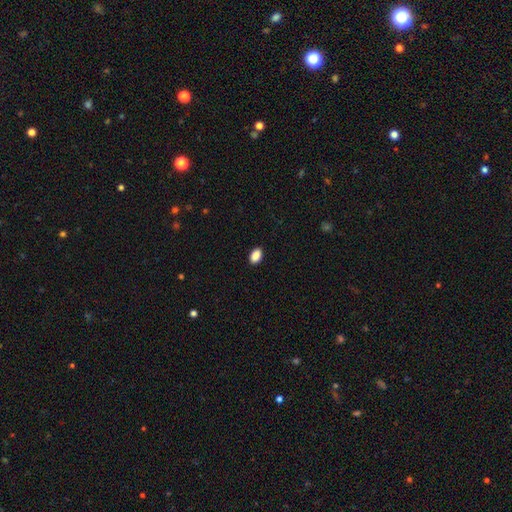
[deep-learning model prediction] A smooth galaxy with no disk features (89%) that is in between round and cigar-shaped (89%).

Vote fractions:
- Smooth or featured? smooth: 89% / star or artifact: 8% / featured or disk: 3%
- How rounded? in between: 89% / round: 9% / cigar-shaped: 2%
- Merging? none: 90% / minor disturbance: 8% / major disturbance: 2% / merger: 1%